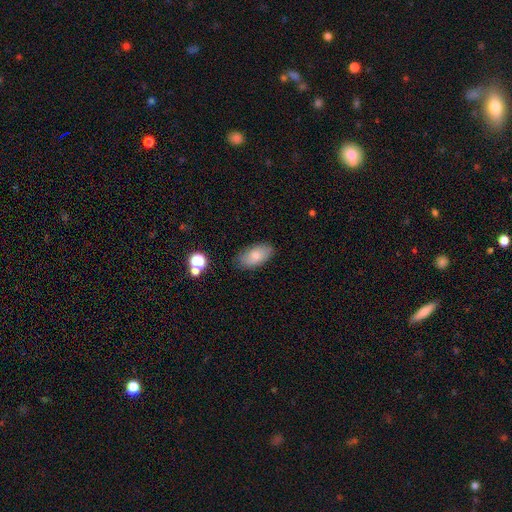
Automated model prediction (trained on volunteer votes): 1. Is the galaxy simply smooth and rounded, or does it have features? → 76% smooth, 16% featured or disk, 8% star or artifact.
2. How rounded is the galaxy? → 93% in between, 4% round, 3% cigar-shaped.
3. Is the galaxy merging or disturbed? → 80% none, 15% minor disturbance, 3% major disturbance, 2% merger.